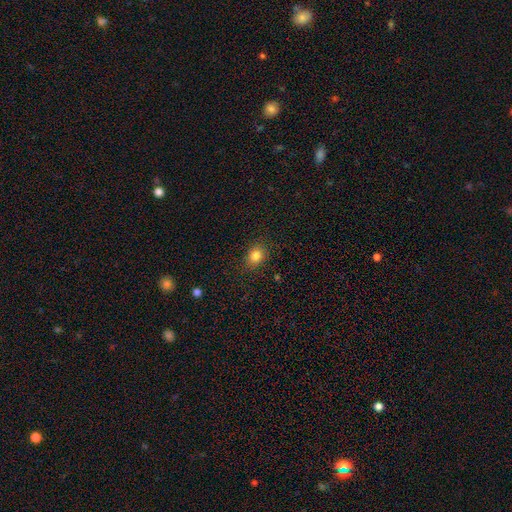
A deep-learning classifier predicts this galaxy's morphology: Overall: smooth (82%). How rounded: round (55%; in between 44%). Merging: none (85%).